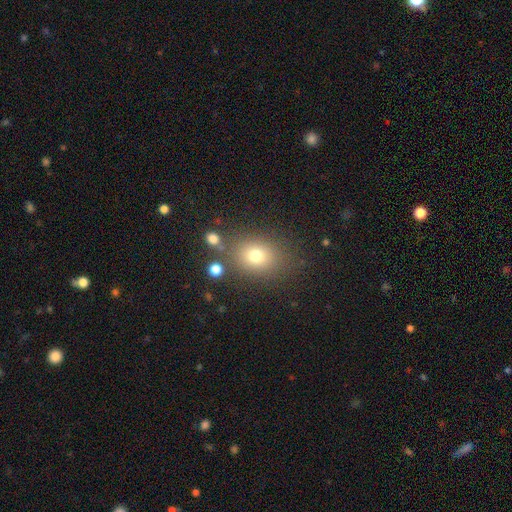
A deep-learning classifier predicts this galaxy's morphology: The model was most divided on "how rounded": round: 52%, in between: 47%, cigar-shaped: 1%. More confident: merging — none (77%); smooth or featured — smooth (74%).